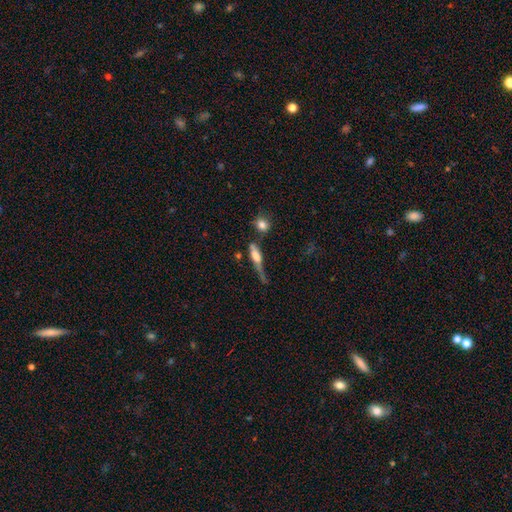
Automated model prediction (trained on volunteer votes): This is possibly a smooth galaxy (51%). How rounded: likely cigar-shaped (64%). Merging: marginally none (38%).